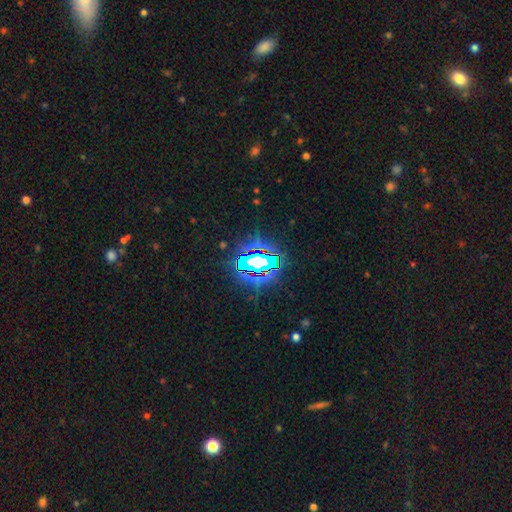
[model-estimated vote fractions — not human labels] star or artifact 83%, smooth 10%, featured or disk 7%.